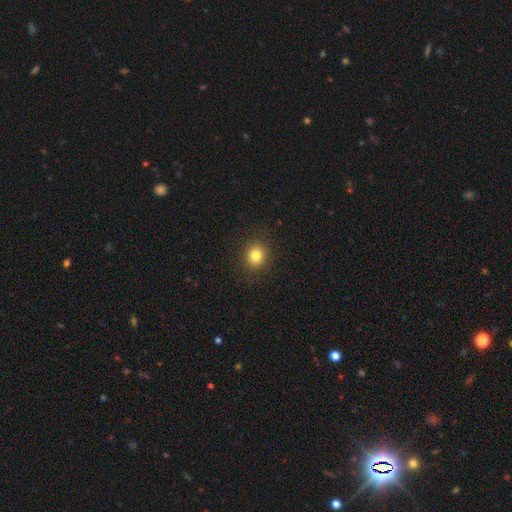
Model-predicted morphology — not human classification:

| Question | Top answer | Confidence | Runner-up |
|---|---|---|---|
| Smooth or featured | smooth | 81% | star or artifact (13%) |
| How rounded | round | 86% | in between (13%) |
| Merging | none | 90% | minor disturbance (6%) |